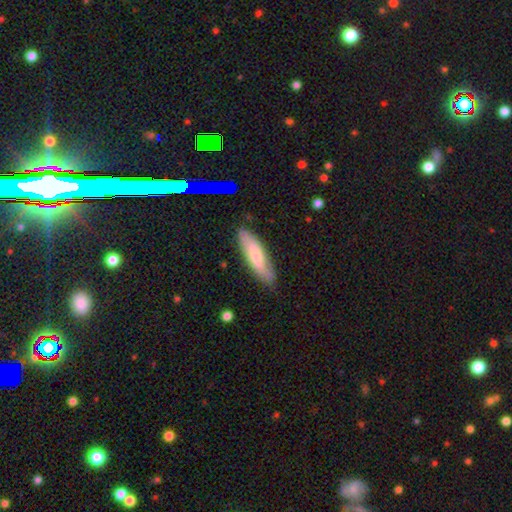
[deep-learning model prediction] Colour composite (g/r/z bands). It shows a smooth galaxy with no disk features (64%) that is cigar-shaped (63%). Merging: none (82%).